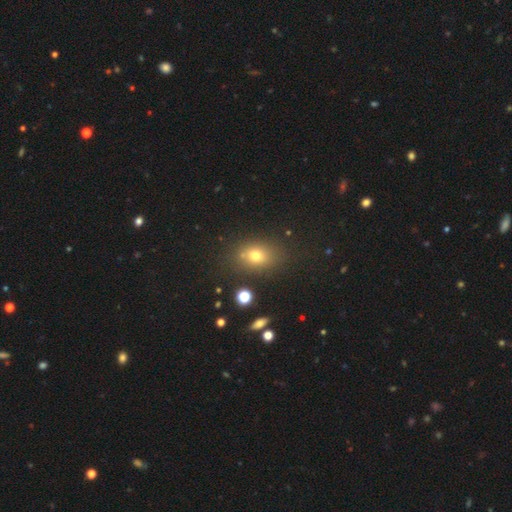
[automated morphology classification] smooth_or_featured: smooth (p=0.71) [alt: star or artifact p=0.16]
how_rounded: in between (p=0.65) [alt: round p=0.33]
merging: none (p=0.76) [alt: minor disturbance p=0.13]